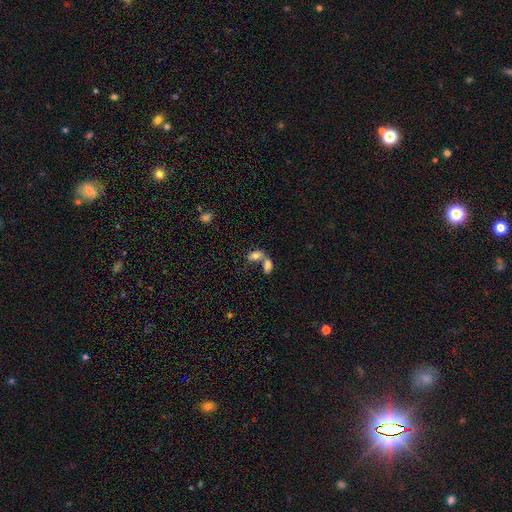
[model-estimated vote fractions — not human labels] A smooth galaxy with no disk features (78%) that is in between round and cigar-shaped (89%).

Vote fractions:
- Smooth or featured? smooth: 78% / featured or disk: 14% / star or artifact: 9%
- How rounded? in between: 89% / round: 7% / cigar-shaped: 4%
- Merging? merger: 62% / none: 25% / minor disturbance: 8% / major disturbance: 5%